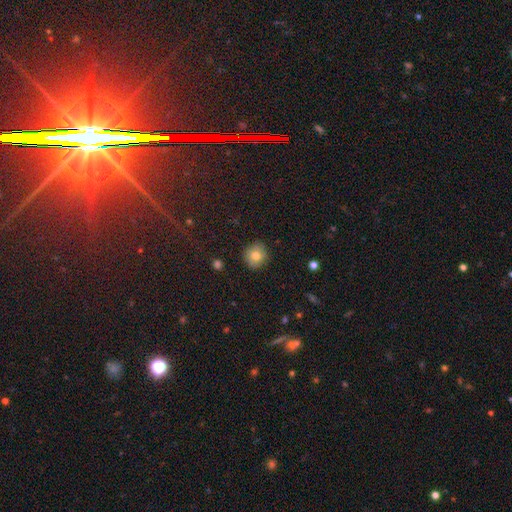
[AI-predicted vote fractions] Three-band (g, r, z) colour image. It shows a smooth galaxy with no disk features (77%) that is round (86%). Merging: none (87%).